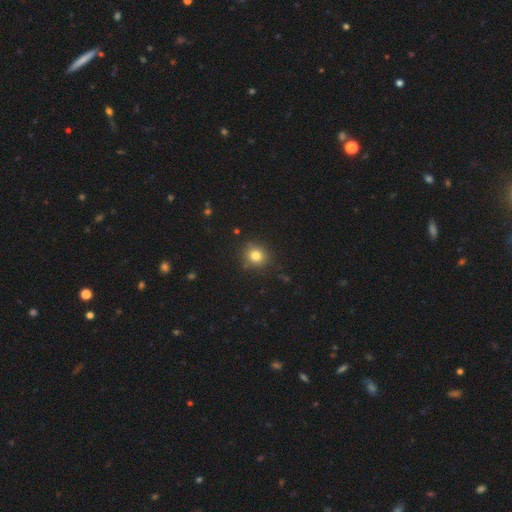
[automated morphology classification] Overall: smooth (81%). How rounded: round (86%). Merging: none (87%).